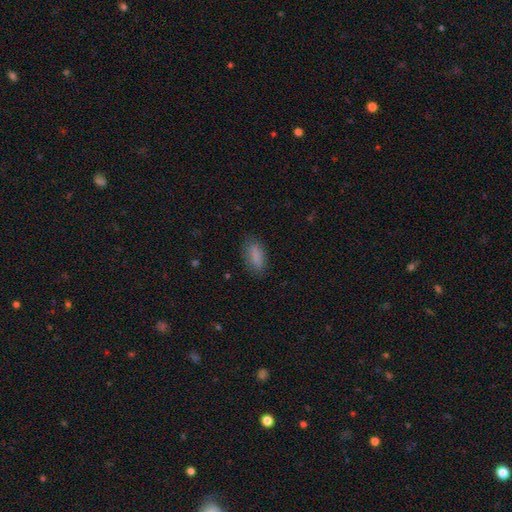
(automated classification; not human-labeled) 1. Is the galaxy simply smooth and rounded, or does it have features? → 85% smooth, 8% star or artifact, 7% featured or disk.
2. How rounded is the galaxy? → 87% in between, 9% cigar-shaped, 4% round.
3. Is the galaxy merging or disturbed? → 78% none, 16% minor disturbance, 5% major disturbance, 1% merger.